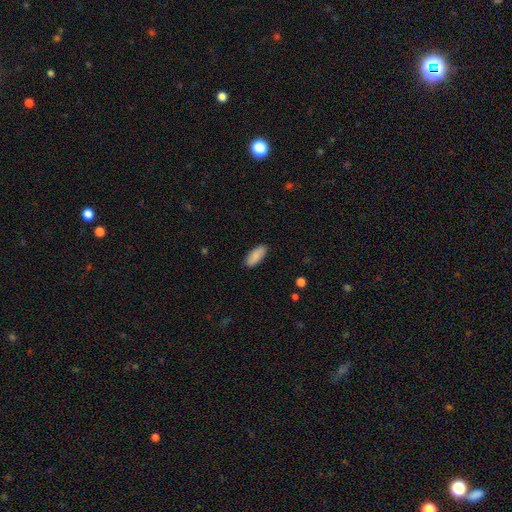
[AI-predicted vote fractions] Smooth or featured? smooth (88%)
How rounded? in between (85%)
Merging? none (88%)